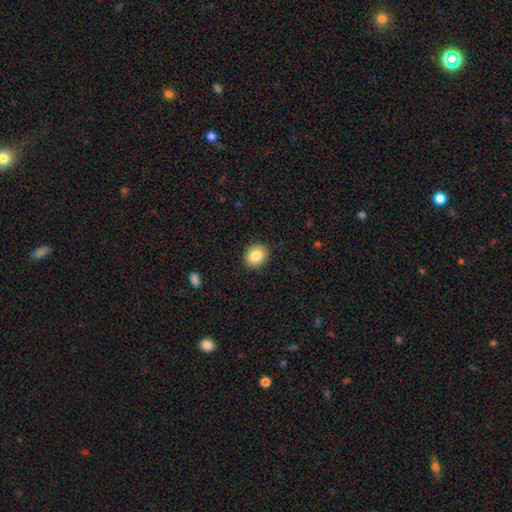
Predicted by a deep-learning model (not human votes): Smooth or featured: smooth — 84% (star or artifact — 8%)
How rounded: round — 60% (in between — 39%)
Merging: none — 89% (minor disturbance — 8%)